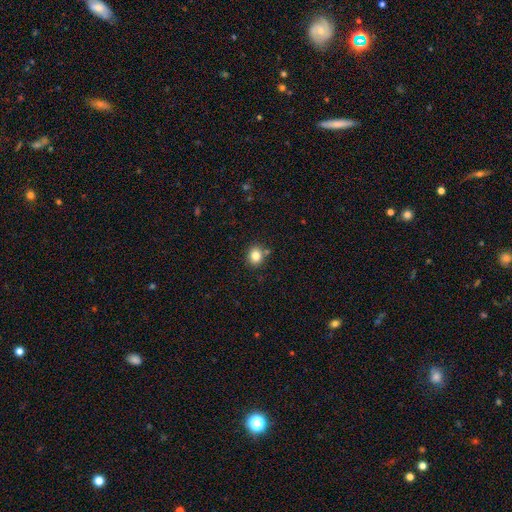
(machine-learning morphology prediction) Smooth or featured? smooth (82%)
How rounded? round (71%)
Merging? none (81%)